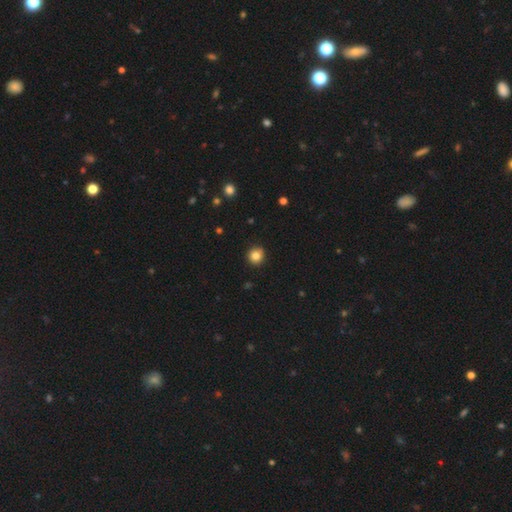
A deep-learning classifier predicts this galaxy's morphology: A smooth galaxy with no disk features (84%) that is round (92%).

Vote fractions:
- Smooth or featured? smooth: 84% / star or artifact: 11% / featured or disk: 5%
- How rounded? round: 92% / in between: 7% / cigar-shaped: 1%
- Merging? none: 91% / minor disturbance: 7% / major disturbance: 2% / merger: 1%